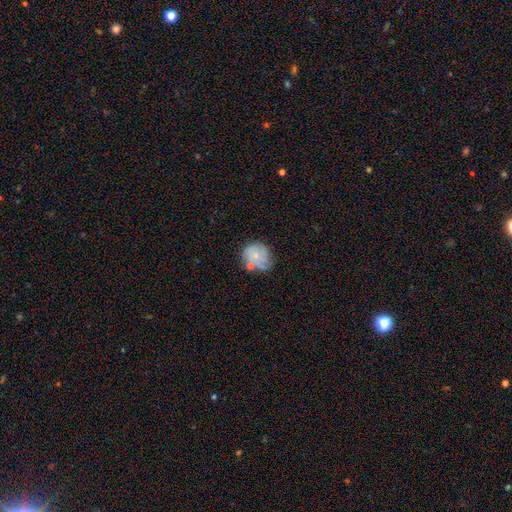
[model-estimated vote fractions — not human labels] Smooth or featured?
  - smooth: 61% *
  - featured or disk: 30%
  - star or artifact: 9%
How rounded?
  - round: 77% *
  - in between: 22%
  - cigar-shaped: 1%
Merging?
  - none: 53% *
  - minor disturbance: 26%
  - merger: 13%
  - major disturbance: 8%